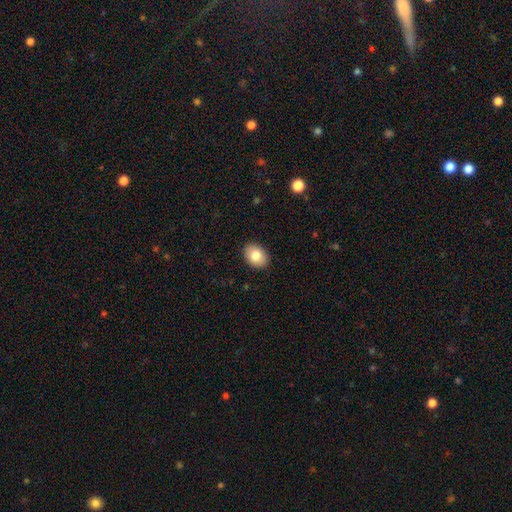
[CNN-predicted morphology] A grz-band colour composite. It shows a smooth galaxy with no disk features (82%) that is in between round and cigar-shaped (73%). Merging: none (90%).